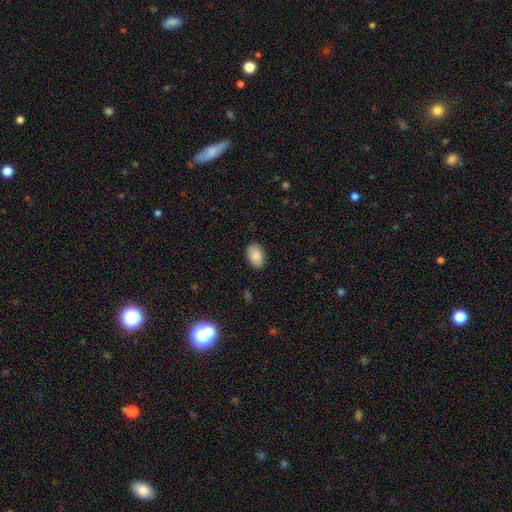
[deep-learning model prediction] Smooth or featured? Predicted: smooth (p=0.88). How rounded? Predicted: in between (p=0.88). Merging? Predicted: none (p=0.88).